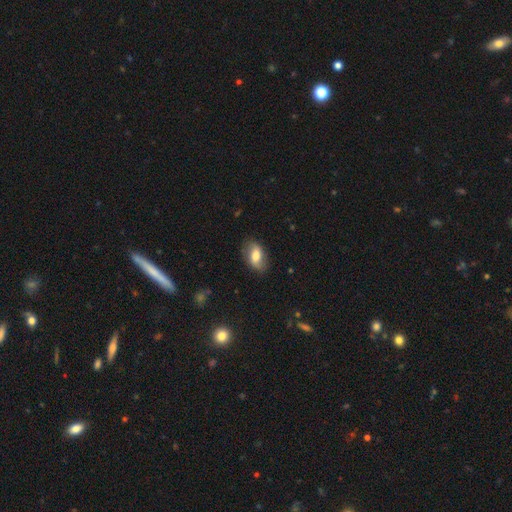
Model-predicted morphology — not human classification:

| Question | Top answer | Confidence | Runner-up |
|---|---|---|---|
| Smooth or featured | smooth | 59% | featured or disk (34%) |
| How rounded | in between | 88% | round (9%) |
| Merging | none | 78% | minor disturbance (16%) |